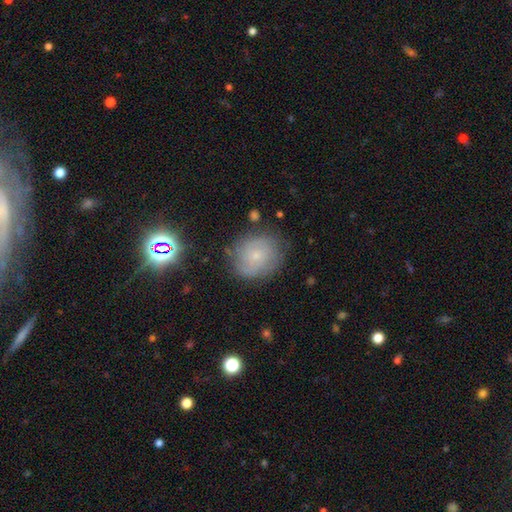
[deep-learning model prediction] Smooth or featured? featured or disk (51%)
Edge-on disk? no (97%)
Merging? none (74%)